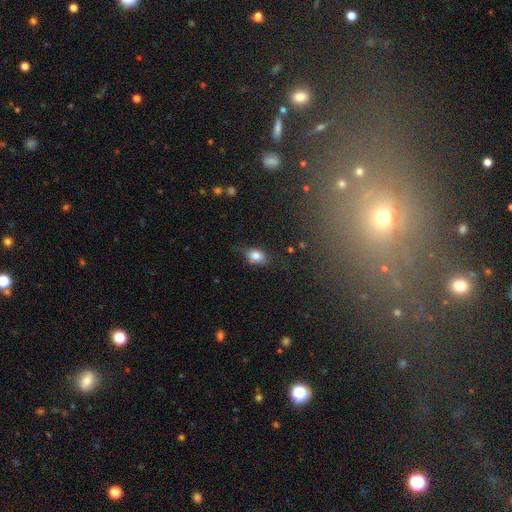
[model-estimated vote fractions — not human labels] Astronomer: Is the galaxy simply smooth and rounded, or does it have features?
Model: smooth — 80%.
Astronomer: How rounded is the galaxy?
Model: in between — 70%.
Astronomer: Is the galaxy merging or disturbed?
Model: none — 63%.